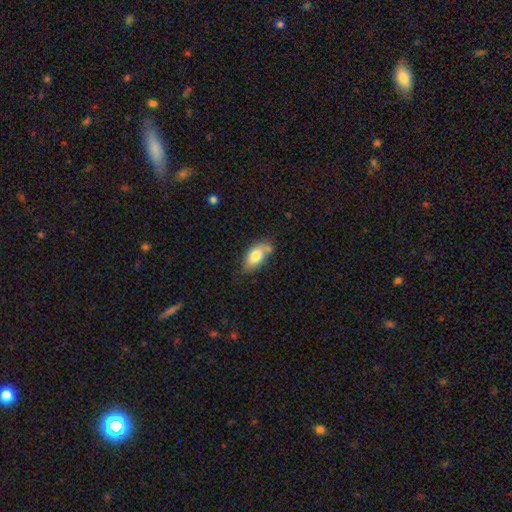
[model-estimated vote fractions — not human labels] smooth_or_featured: smooth (p=0.78) [alt: featured or disk p=0.15]
how_rounded: in between (p=0.90) [alt: cigar-shaped p=0.05]
merging: none (p=0.59) [alt: minor disturbance p=0.26]